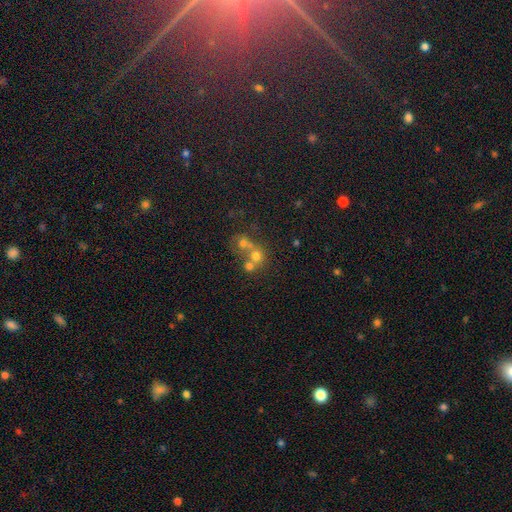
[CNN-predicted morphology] Overall: smooth (51%; star or artifact 26%). How rounded: round (80%). Merging: merger (56%; none 33%).